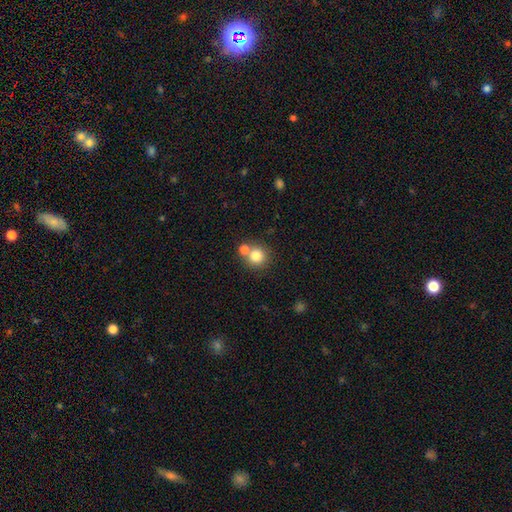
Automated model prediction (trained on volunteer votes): Smooth or featured? Predicted: smooth (p=0.79). How rounded? Predicted: round (p=0.91). Merging? Predicted: none (p=0.60).